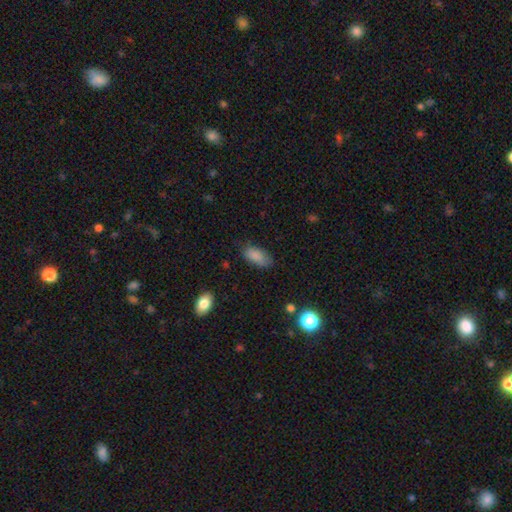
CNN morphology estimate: This is clearly a smooth galaxy (86%). How rounded: clearly in between (91%). Merging: likely none (74%).